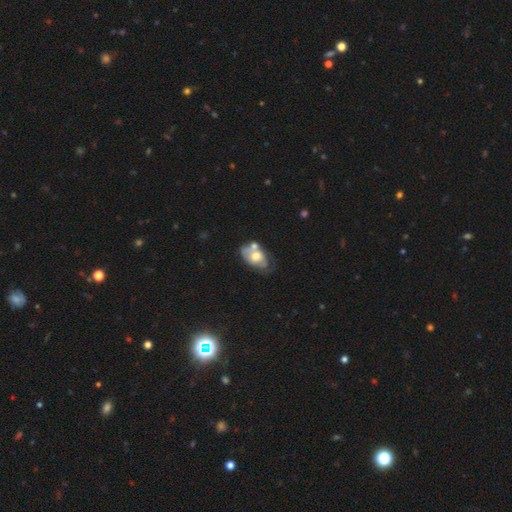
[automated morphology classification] smooth_or_featured: featured or disk (p=0.48) [alt: smooth p=0.45]
merging: none (p=0.33) [alt: merger p=0.30]